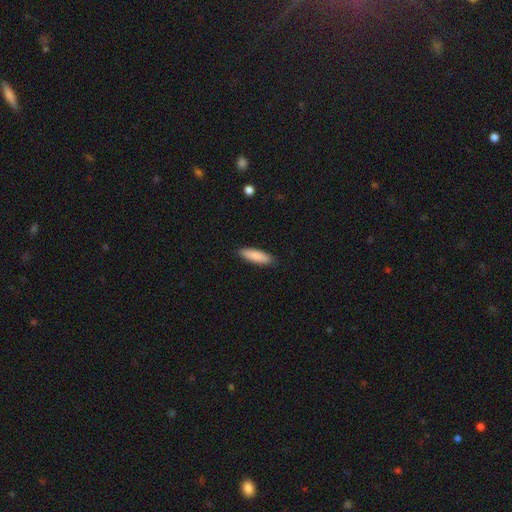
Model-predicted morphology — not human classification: Q: Smooth or featured?
A: smooth (87%); runner-up: featured or disk (7%)
Q: How rounded?
A: cigar-shaped (61%); runner-up: in between (38%)
Q: Merging?
A: none (90%); runner-up: minor disturbance (8%)